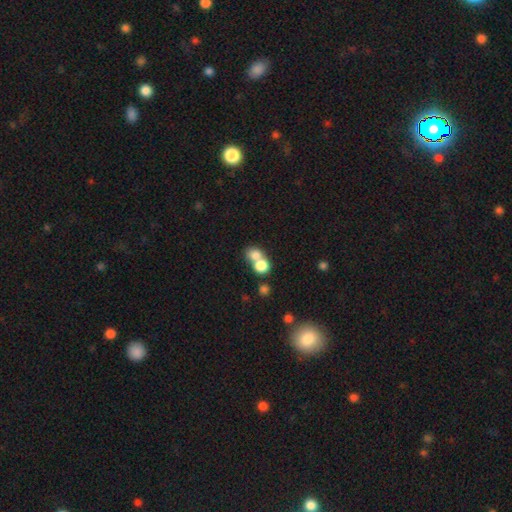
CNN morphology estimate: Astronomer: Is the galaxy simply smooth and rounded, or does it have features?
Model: smooth — 77%.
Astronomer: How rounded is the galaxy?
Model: round — 66%.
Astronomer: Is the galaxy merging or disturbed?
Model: merger — 64%.